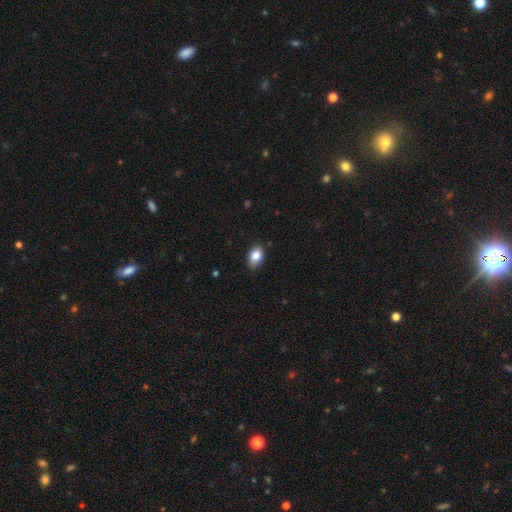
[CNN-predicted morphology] smooth-or-featured: smooth: 85% | star or artifact: 8% | featured or disk: 8%
  how-rounded: in between: 85% | round: 14% | cigar-shaped: 1%
  merging: none: 87% | minor disturbance: 10% | major disturbance: 2% | merger: 1%